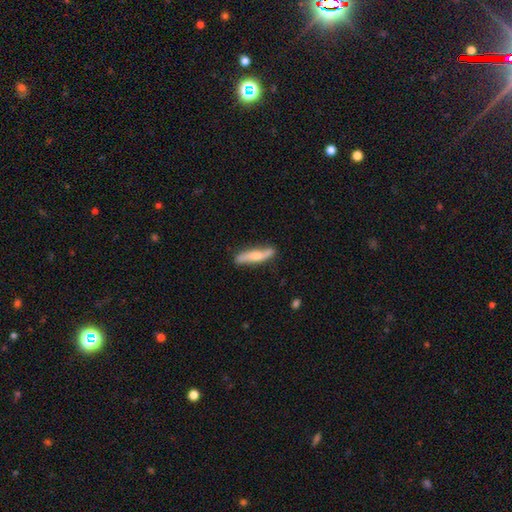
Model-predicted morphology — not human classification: Smooth or featured?
  - smooth: 49% *
  - featured or disk: 45%
  - star or artifact: 5%
Merging?
  - none: 74% *
  - minor disturbance: 19%
  - major disturbance: 4%
  - merger: 3%